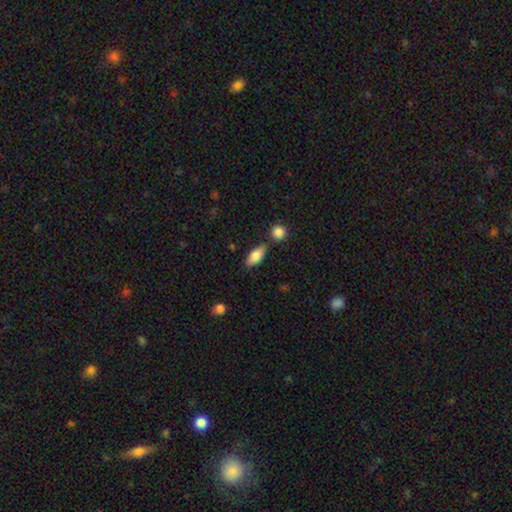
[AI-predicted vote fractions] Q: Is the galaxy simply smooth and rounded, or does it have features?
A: smooth — 78%.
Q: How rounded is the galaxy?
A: in between — 79%.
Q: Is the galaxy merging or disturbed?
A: none — 73%.